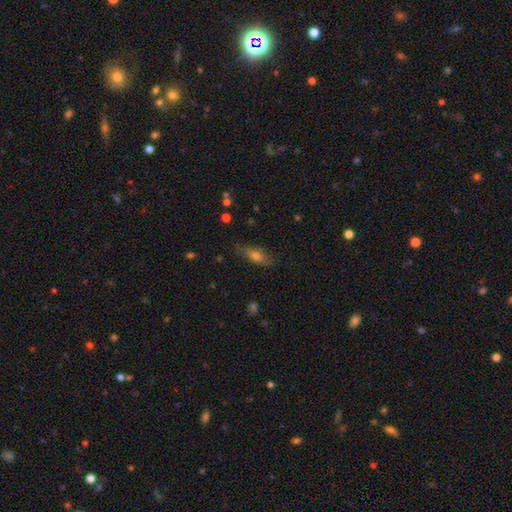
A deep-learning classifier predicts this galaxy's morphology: Smooth or featured? smooth (61%)
How rounded? in between (64%)
Merging? none (77%)